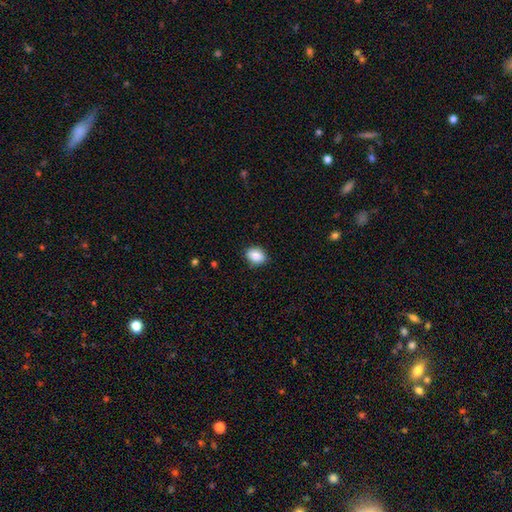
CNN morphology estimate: Smooth or featured: smooth — 88% (star or artifact — 8%)
How rounded: in between — 70% (round — 29%)
Merging: none — 86% (minor disturbance — 11%)